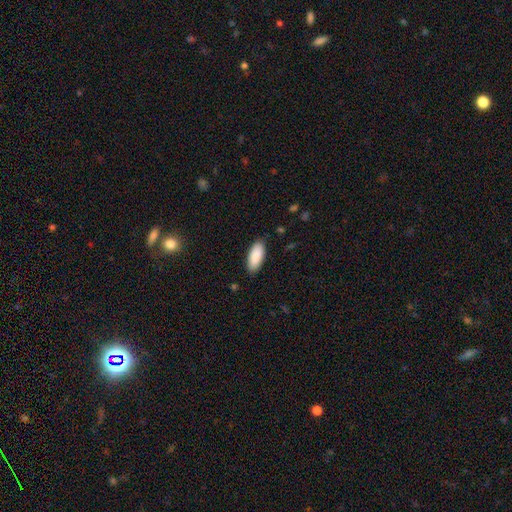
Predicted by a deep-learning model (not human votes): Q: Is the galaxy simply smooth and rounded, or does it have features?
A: smooth — 90%.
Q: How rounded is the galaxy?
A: in between — 88%.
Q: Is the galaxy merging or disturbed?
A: none — 87%.